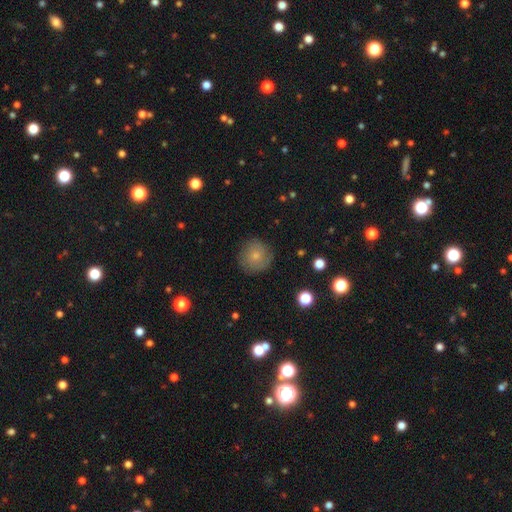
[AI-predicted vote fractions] Q: Smooth or featured?
A: smooth (72%); runner-up: featured or disk (19%)
Q: How rounded?
A: round (93%); runner-up: in between (6%)
Q: Merging?
A: none (82%); runner-up: minor disturbance (13%)